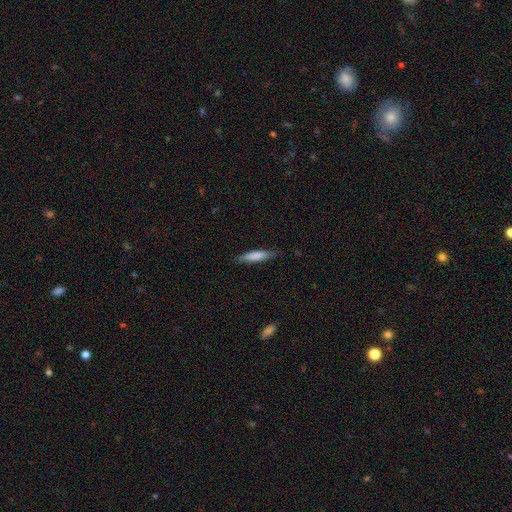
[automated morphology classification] type=smooth (74%); roundness=cigar-shaped (83%); merging=none (81%).